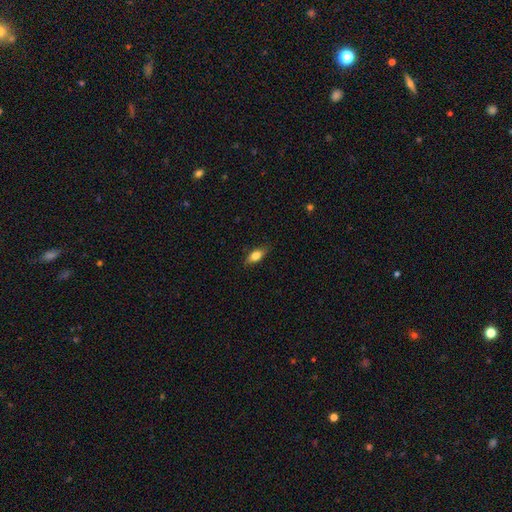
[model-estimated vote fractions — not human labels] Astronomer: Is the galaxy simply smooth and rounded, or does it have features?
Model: smooth — 72%.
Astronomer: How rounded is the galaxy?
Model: in between — 76%.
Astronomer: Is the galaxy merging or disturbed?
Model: none — 82%.